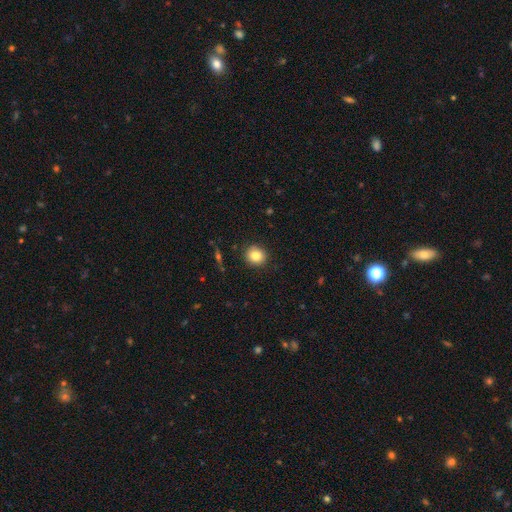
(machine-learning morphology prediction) Overall: smooth (84%). How rounded: round (85%). Merging: none (90%).